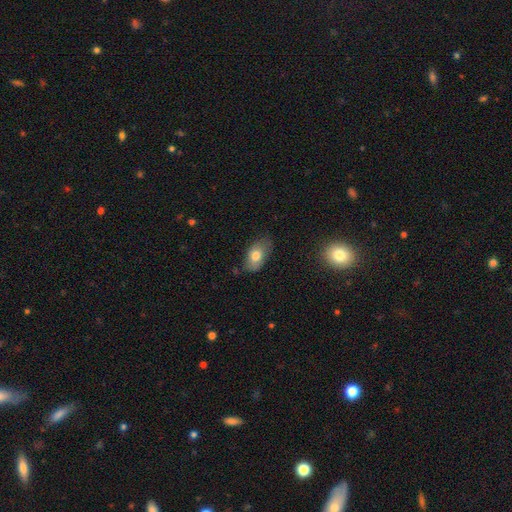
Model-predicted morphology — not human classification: type=smooth (75%); roundness=in between (90%); merging=none (65%).